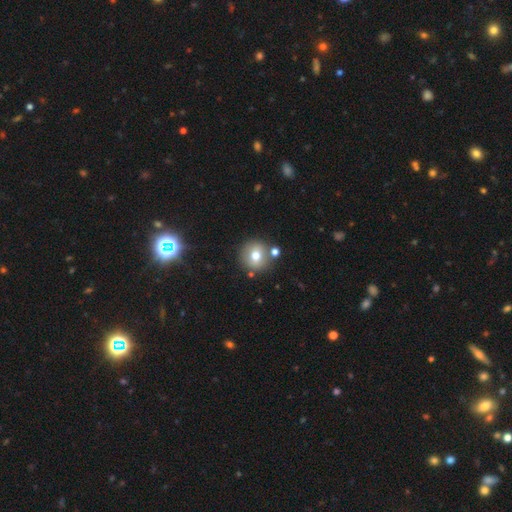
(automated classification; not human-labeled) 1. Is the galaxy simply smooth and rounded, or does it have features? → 70% smooth, 19% featured or disk, 11% star or artifact.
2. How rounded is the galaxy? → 90% round, 9% in between, 1% cigar-shaped.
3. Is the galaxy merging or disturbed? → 78% none, 10% minor disturbance, 9% merger, 3% major disturbance.